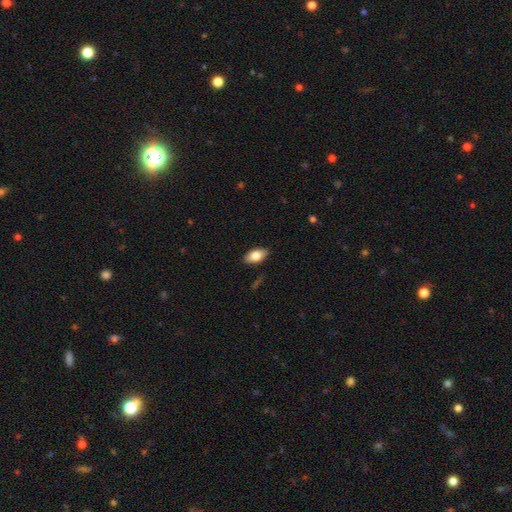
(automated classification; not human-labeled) Morphology: type=smooth (79%); roundness=in between (92%); merging=none (88%).